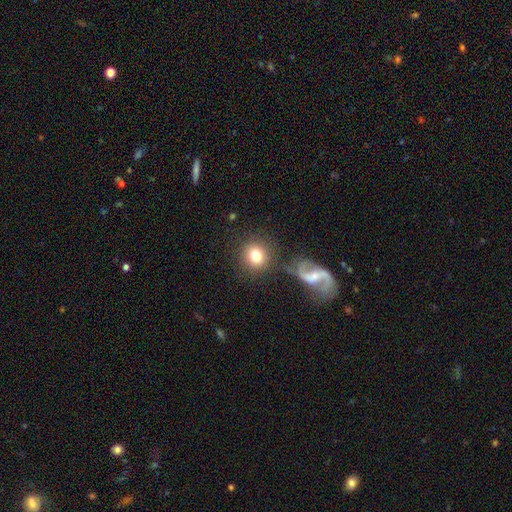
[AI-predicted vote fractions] Smooth or featured? Predicted: smooth (p=0.78). How rounded? Predicted: round (p=0.86). Merging? Predicted: none (p=0.73).